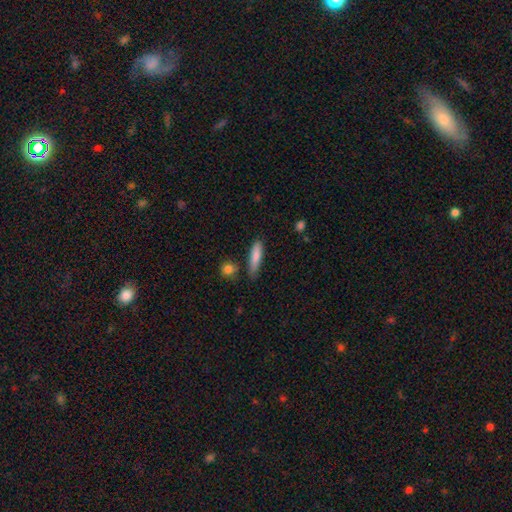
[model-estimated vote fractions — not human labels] smooth 82%, featured or disk 11%, star or artifact 6%. Down the decision tree: how rounded — cigar-shaped (74%); merging — none (71%).